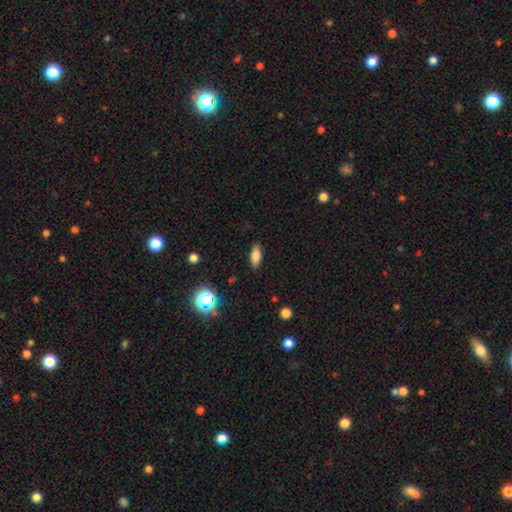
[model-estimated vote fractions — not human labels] Smooth or featured? Predicted: smooth (p=0.82). How rounded? Predicted: in between (p=0.78). Merging? Predicted: none (p=0.87).